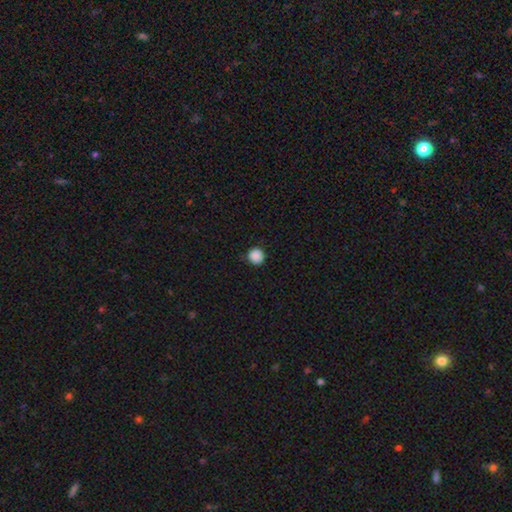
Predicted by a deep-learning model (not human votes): smooth_or_featured: smooth (p=0.88) [alt: star or artifact p=0.10]
how_rounded: round (p=0.95) [alt: in between p=0.04]
merging: none (p=0.88) [alt: minor disturbance p=0.09]